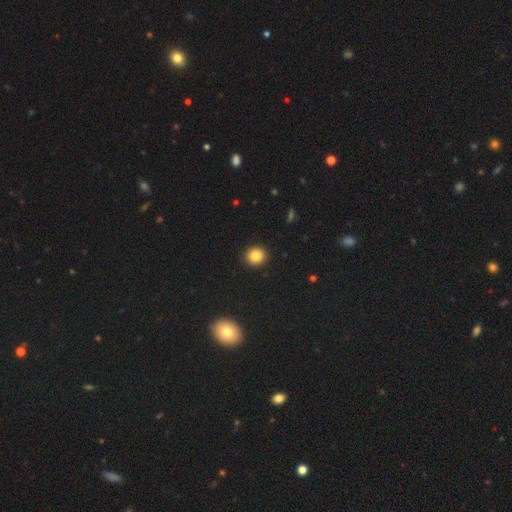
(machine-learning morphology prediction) A smooth galaxy with no disk features (84%) that is round (85%).

Vote fractions:
- Smooth or featured? smooth: 84% / star or artifact: 10% / featured or disk: 6%
- How rounded? round: 85% / in between: 14% / cigar-shaped: 1%
- Merging? none: 92% / minor disturbance: 5% / major disturbance: 2% / merger: 1%